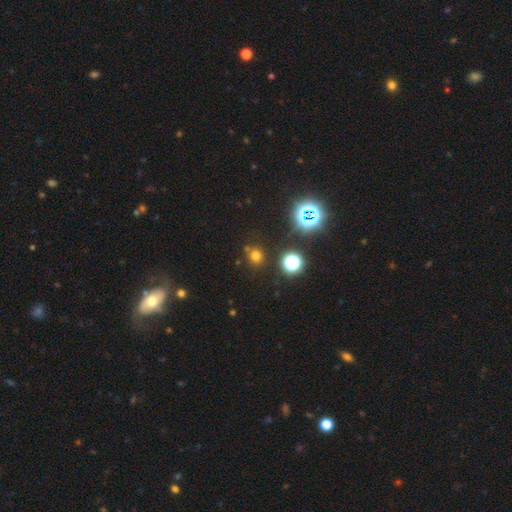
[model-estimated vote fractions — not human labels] Morphology: type=smooth (66%); roundness=round (86%); merging=none (81%).